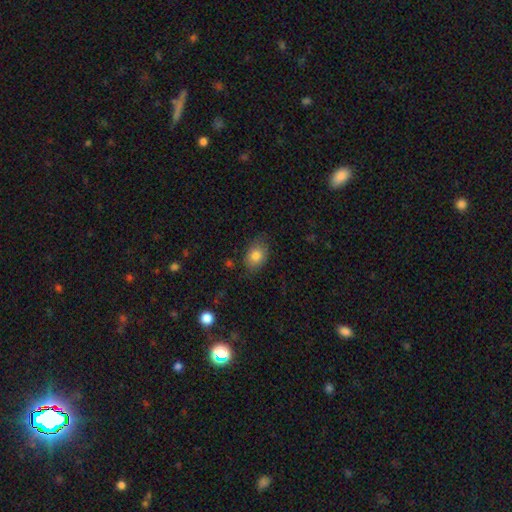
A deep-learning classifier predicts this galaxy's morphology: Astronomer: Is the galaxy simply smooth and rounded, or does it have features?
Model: smooth — 82%.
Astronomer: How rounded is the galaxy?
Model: in between — 74%.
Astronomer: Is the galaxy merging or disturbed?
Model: none — 75%.